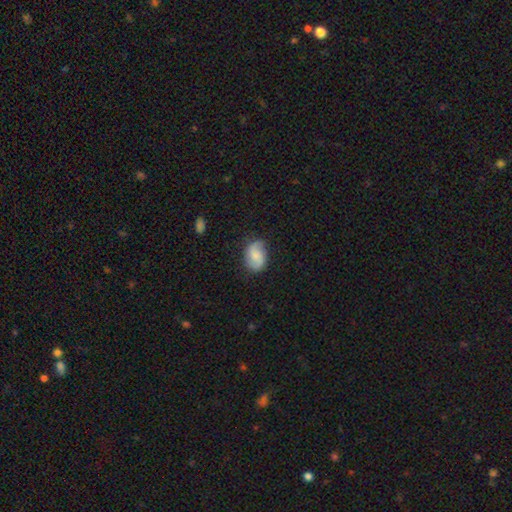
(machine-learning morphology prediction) smooth_or_featured: smooth (p=0.49) [alt: featured or disk p=0.44]
merging: none (p=0.72) [alt: minor disturbance p=0.21]